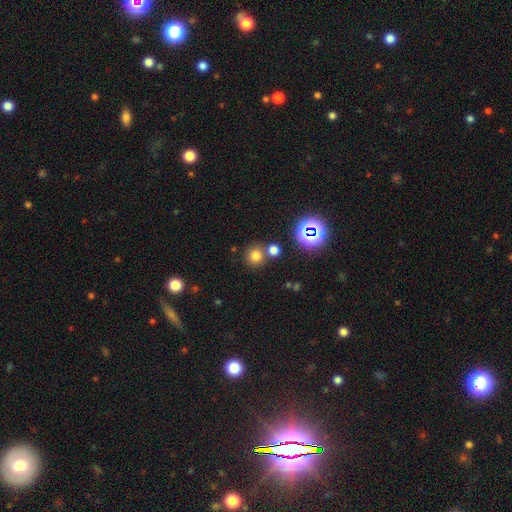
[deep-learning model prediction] A smooth galaxy with no disk features (74%) that is round (91%).

Vote fractions:
- Smooth or featured? smooth: 74% / star or artifact: 19% / featured or disk: 7%
- How rounded? round: 91% / in between: 8% / cigar-shaped: 1%
- Merging? none: 69% / merger: 21% / minor disturbance: 7% / major disturbance: 3%